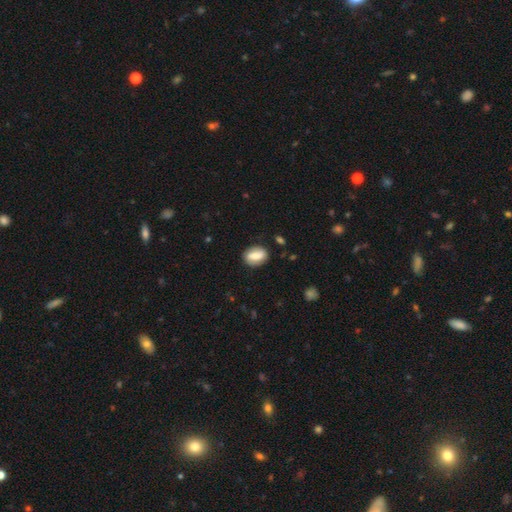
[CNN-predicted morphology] smooth 65%, featured or disk 27%, star or artifact 8%. Down the decision tree: how rounded — in between (76%); merging — none (80%).